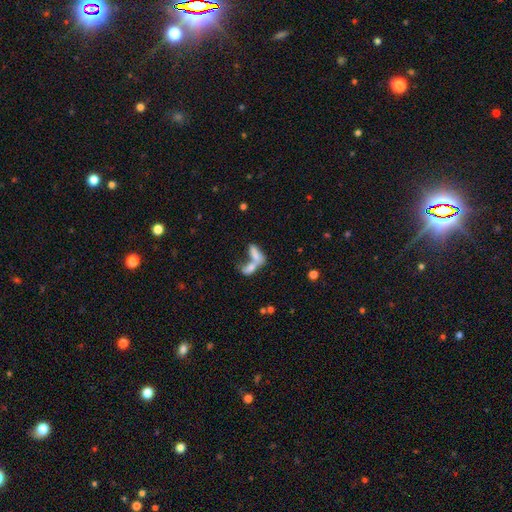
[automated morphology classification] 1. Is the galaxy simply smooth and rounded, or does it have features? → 70% smooth, 20% featured or disk, 10% star or artifact.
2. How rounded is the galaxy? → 69% in between, 27% cigar-shaped, 4% round.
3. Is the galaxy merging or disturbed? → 73% merger, 15% none, 6% major disturbance, 6% minor disturbance.